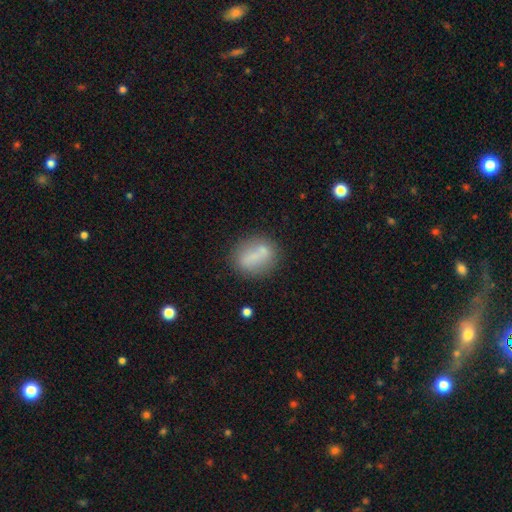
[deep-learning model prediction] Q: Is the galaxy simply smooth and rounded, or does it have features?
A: smooth — 68%.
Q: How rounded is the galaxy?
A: in between — 55%.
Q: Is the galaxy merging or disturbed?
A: none — 57%.